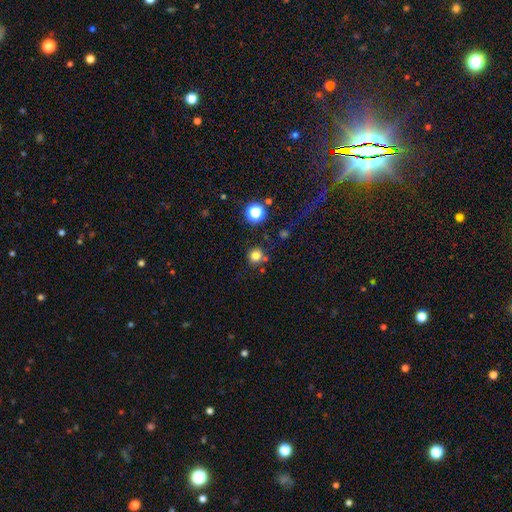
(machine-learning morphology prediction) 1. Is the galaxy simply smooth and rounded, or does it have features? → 80% smooth, 15% star or artifact, 5% featured or disk.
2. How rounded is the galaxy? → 91% round, 8% in between, 1% cigar-shaped.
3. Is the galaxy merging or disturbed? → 77% none, 11% minor disturbance, 9% merger, 4% major disturbance.